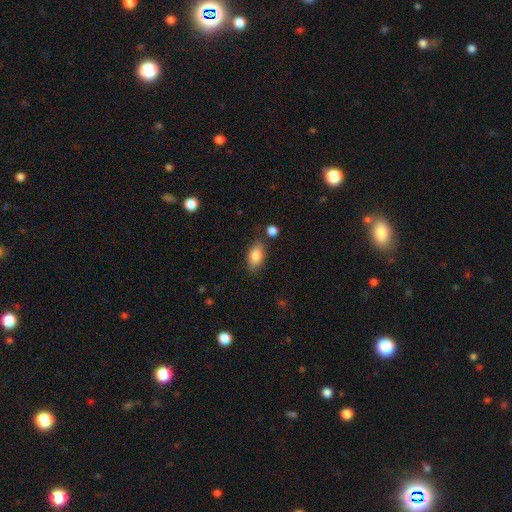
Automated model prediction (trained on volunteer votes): smooth-or-featured: smooth: 84% | featured or disk: 9% | star or artifact: 8%
  how-rounded: in between: 89% | round: 7% | cigar-shaped: 4%
  merging: none: 78% | minor disturbance: 14% | merger: 5% | major disturbance: 4%